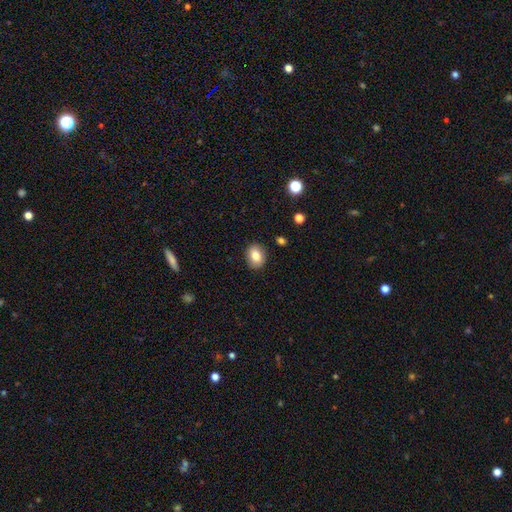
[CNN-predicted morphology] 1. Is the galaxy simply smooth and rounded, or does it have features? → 80% smooth, 11% featured or disk, 9% star or artifact.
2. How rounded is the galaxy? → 54% in between, 45% round, 1% cigar-shaped.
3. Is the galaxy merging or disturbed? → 88% none, 8% minor disturbance, 2% major disturbance, 1% merger.